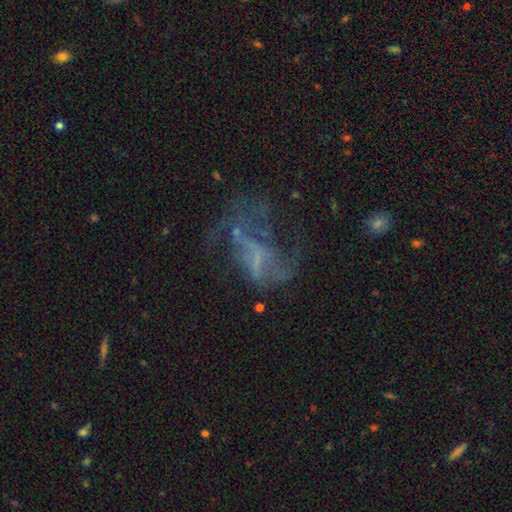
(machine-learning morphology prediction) featured or disk 58%, star or artifact 24%, smooth 18%. Down the decision tree: edge-on disk — no (97%); bar — no (71%); spiral arms — no (71%); bulge size — none (77%); merging — major disturbance (51%).